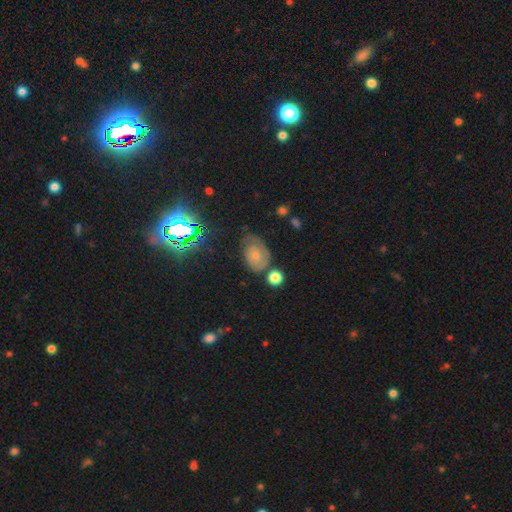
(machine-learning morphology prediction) This appears to be a smooth galaxy with no disk features (49%). Merging: none (46%).